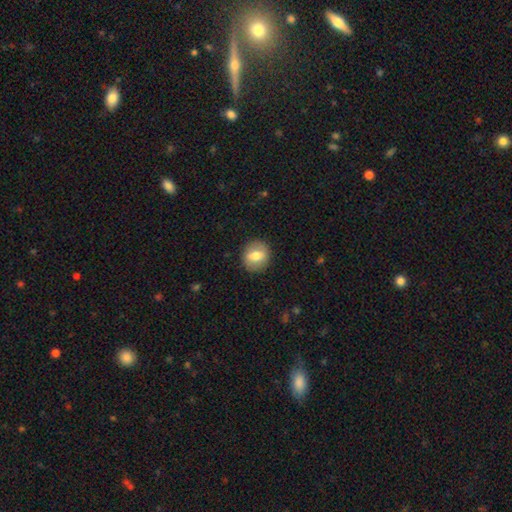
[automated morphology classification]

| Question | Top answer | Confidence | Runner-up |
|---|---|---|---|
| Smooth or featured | smooth | 63% | featured or disk (29%) |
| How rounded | round | 77% | in between (22%) |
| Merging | none | 88% | minor disturbance (8%) |